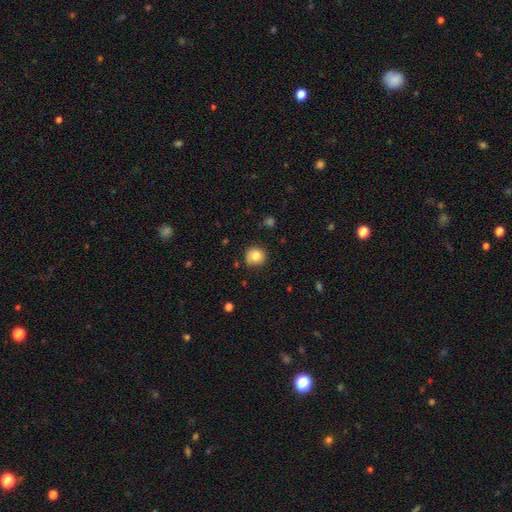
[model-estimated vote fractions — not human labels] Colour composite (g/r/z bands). It shows a smooth galaxy with no disk features (82%) that is round (91%). Merging: none (82%).